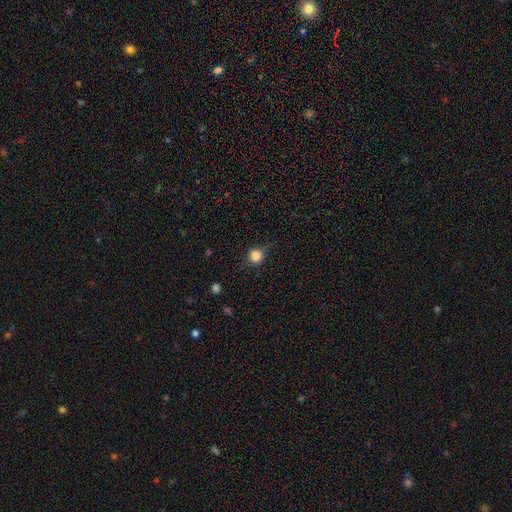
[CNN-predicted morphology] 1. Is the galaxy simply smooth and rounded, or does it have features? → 80% smooth, 11% star or artifact, 8% featured or disk.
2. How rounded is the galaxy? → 86% round, 13% in between, 1% cigar-shaped.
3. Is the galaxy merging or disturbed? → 75% none, 19% minor disturbance, 5% major disturbance, 1% merger.